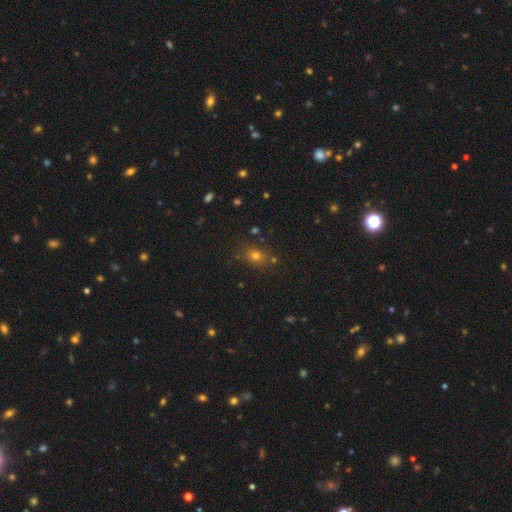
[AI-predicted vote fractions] Smooth or featured: smooth — 65% (star or artifact — 26%)
How rounded: round — 53% (in between — 45%)
Merging: none — 81% (minor disturbance — 11%)